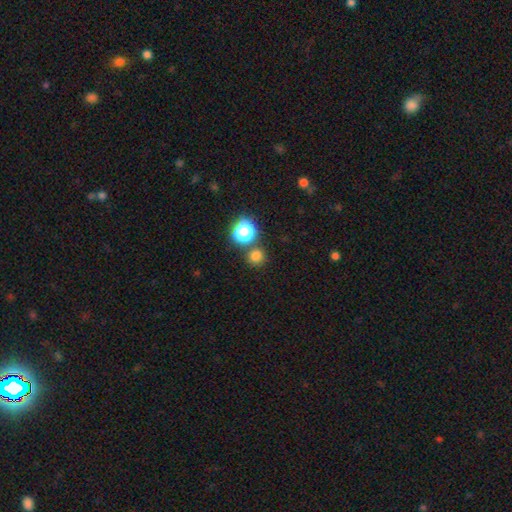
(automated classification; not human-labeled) smooth-or-featured: smooth: 74% | star or artifact: 21% | featured or disk: 5%
  how-rounded: round: 93% | in between: 6% | cigar-shaped: 1%
  merging: none: 79% | merger: 12% | minor disturbance: 7% | major disturbance: 3%